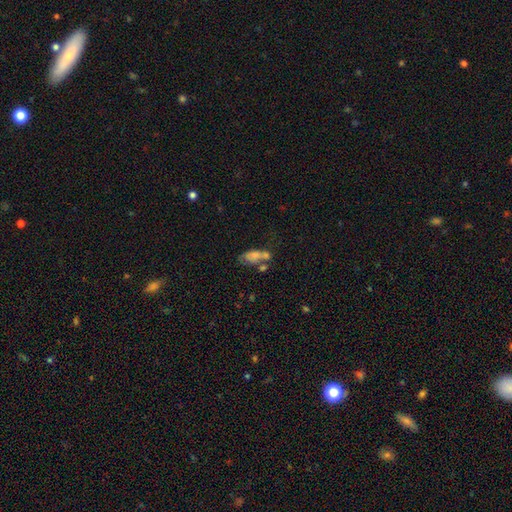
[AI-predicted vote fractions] Q: Smooth or featured?
A: smooth (62%); runner-up: featured or disk (26%)
Q: How rounded?
A: in between (82%); runner-up: cigar-shaped (11%)
Q: Merging?
A: merger (43%); runner-up: none (25%)